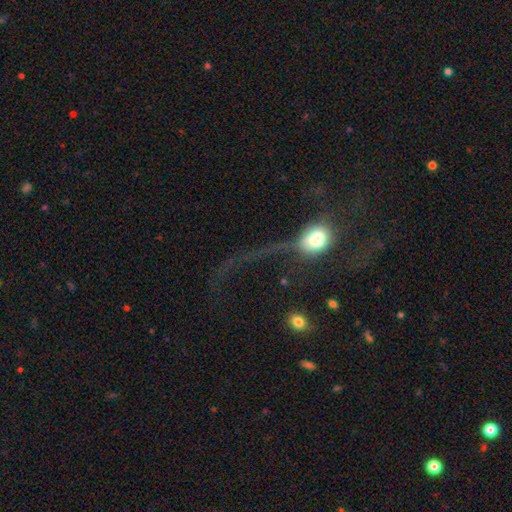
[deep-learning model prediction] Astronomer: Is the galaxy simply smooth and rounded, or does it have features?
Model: featured or disk — 50% (runner-up: smooth, 30%).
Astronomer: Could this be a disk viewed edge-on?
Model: no — 84%.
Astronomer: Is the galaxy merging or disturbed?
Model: major disturbance — 47% (runner-up: none, 34%).